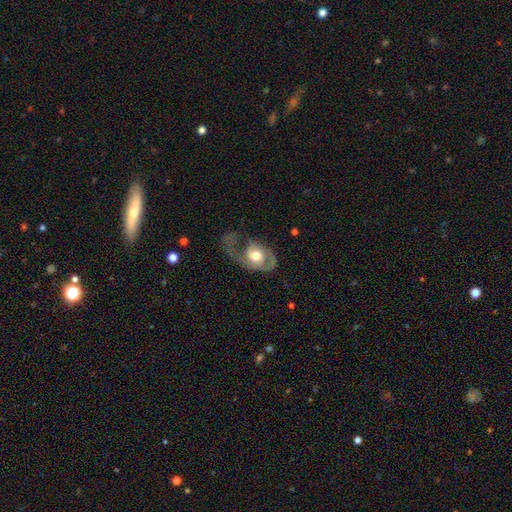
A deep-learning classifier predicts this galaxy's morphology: A featured or disk galaxy (56%) with no bar (78%), spiral arms (66%) and a moderate central bulge (67%).

Vote fractions:
- Smooth or featured? featured or disk: 56% / smooth: 38% / star or artifact: 6%
- Edge-on disk? no: 95% / yes: 5%
- Bar? no: 78% / weak: 18% / strong: 4%
- Spiral arms? yes: 66% / no: 34%
- Bulge size? moderate: 67% / large: 21% / small: 8% / dominant: 2% / none: 1%
- Merging? major disturbance: 57% / none: 21% / minor disturbance: 19% / merger: 3%